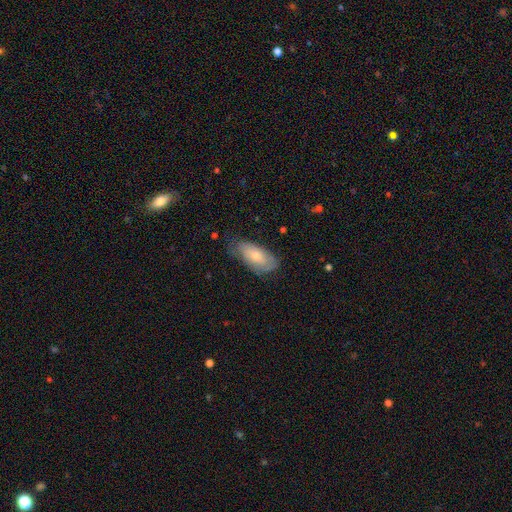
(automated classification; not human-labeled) Q: Smooth or featured?
A: smooth (68%); runner-up: featured or disk (26%)
Q: How rounded?
A: in between (89%); runner-up: cigar-shaped (8%)
Q: Merging?
A: none (59%); runner-up: minor disturbance (31%)